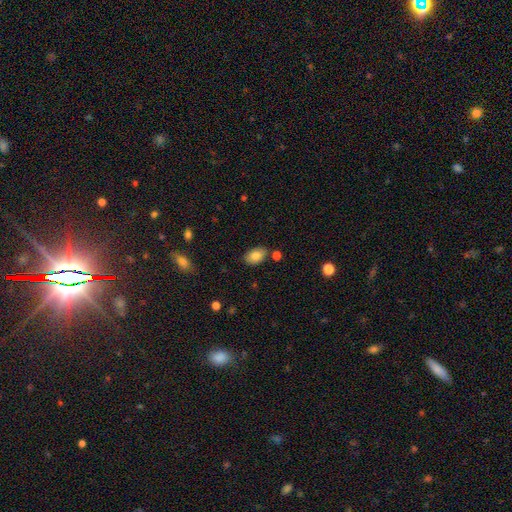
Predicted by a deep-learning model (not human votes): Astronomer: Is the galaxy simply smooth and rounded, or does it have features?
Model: smooth — 82%.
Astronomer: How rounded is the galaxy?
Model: in between — 89%.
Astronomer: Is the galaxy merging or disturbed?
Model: none — 80%.